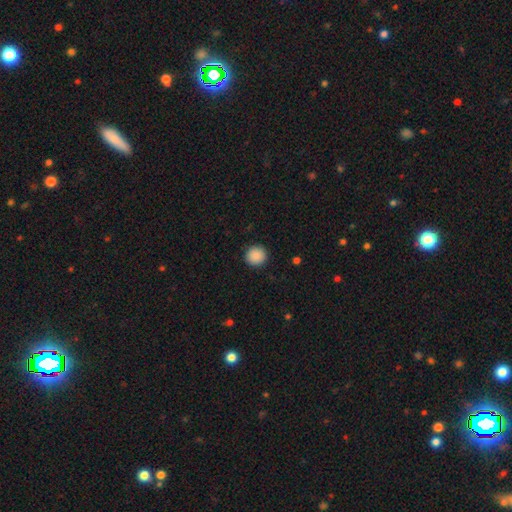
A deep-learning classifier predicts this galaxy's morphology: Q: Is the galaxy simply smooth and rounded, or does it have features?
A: smooth — 89%.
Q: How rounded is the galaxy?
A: round — 93%.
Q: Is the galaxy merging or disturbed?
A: none — 92%.